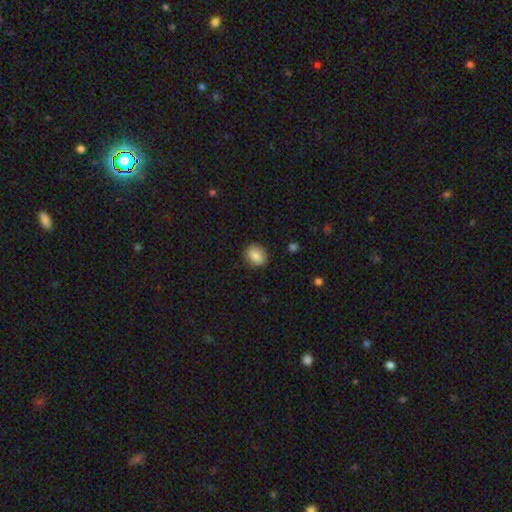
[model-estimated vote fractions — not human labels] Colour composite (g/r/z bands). It shows a smooth galaxy with no disk features (86%) that is round (56%). Merging: none (85%).